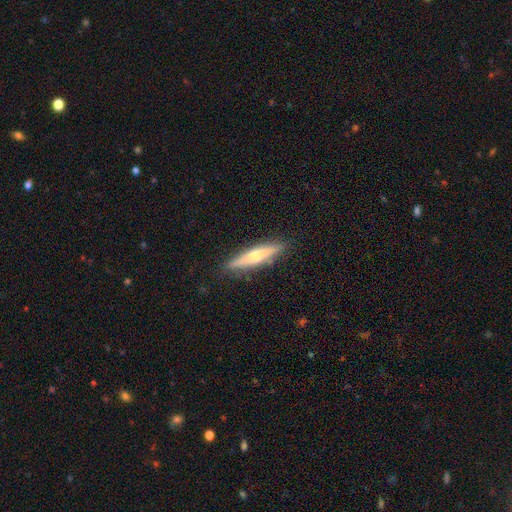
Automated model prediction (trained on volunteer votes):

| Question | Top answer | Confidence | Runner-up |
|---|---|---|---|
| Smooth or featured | featured or disk | 47% | tied: smooth (47%) |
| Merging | none | 87% | minor disturbance (10%) |